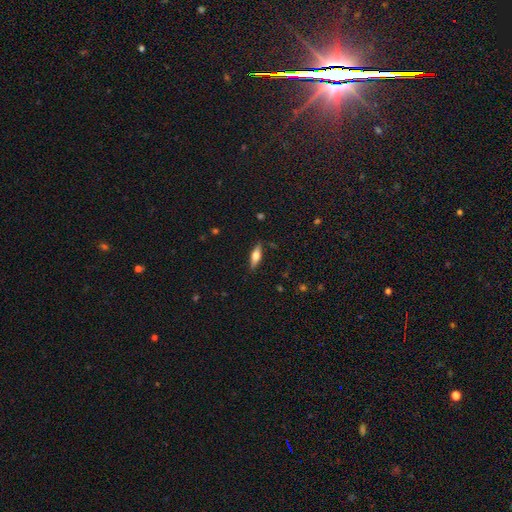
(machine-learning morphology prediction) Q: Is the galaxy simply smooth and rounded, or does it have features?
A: smooth — 48%.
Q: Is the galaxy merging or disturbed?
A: none — 87%.